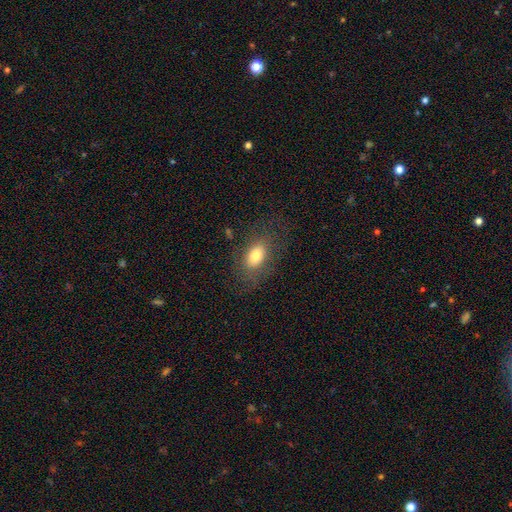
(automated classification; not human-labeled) Smooth or featured? smooth (75%)
How rounded? in between (87%)
Merging? none (74%)